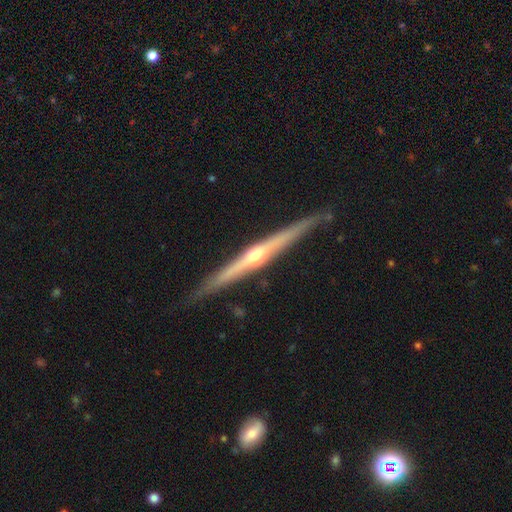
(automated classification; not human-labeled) The model was most divided on "smooth or featured": featured or disk: 82%, smooth: 13%, star or artifact: 5%. More confident: edge-on disk — yes (98%); merging — none (88%); edge-on bulge — rounded (85%).